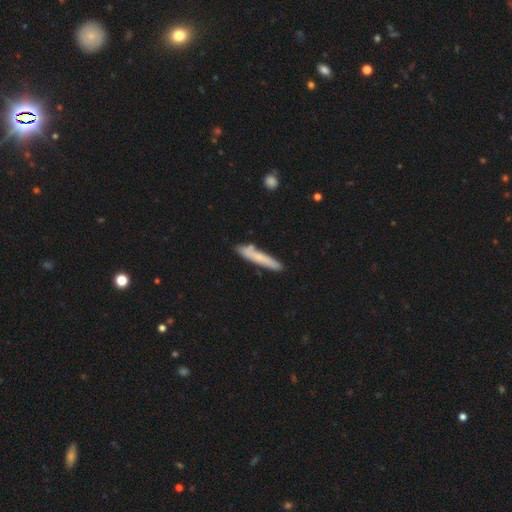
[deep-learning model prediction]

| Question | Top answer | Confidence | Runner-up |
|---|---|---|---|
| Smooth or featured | smooth | 66% | featured or disk (28%) |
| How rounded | cigar-shaped | 92% | in between (7%) |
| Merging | none | 76% | minor disturbance (15%) |